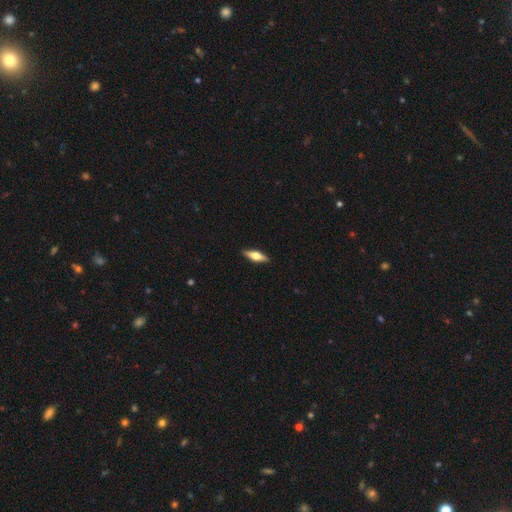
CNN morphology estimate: The model was most divided on "smooth or featured": featured or disk: 53%, smooth: 42%, star or artifact: 6%. More confident: edge-on disk — yes (94%); merging — none (90%).